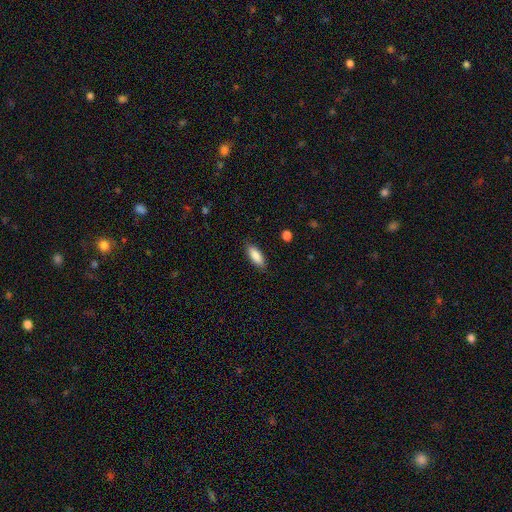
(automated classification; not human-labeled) A smooth galaxy with no disk features (87%) that is in between round and cigar-shaped (68%).

Vote fractions:
- Smooth or featured? smooth: 87% / featured or disk: 7% / star or artifact: 6%
- How rounded? in between: 68% / cigar-shaped: 30% / round: 2%
- Merging? none: 86% / minor disturbance: 11% / major disturbance: 2% / merger: 1%